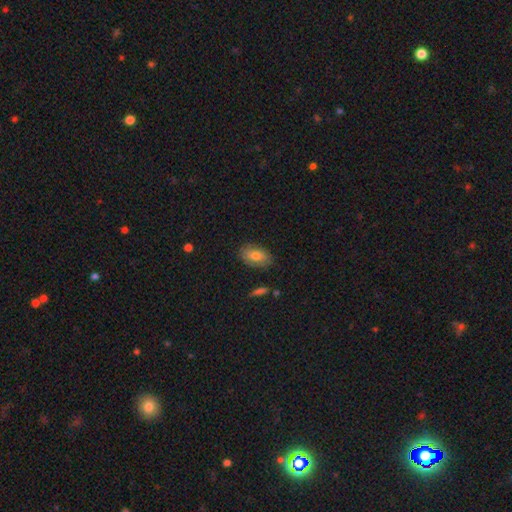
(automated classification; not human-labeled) smooth_or_featured: smooth (p=0.75) [alt: featured or disk p=0.17]
how_rounded: in between (p=0.90) [alt: round p=0.07]
merging: none (p=0.82) [alt: minor disturbance p=0.13]